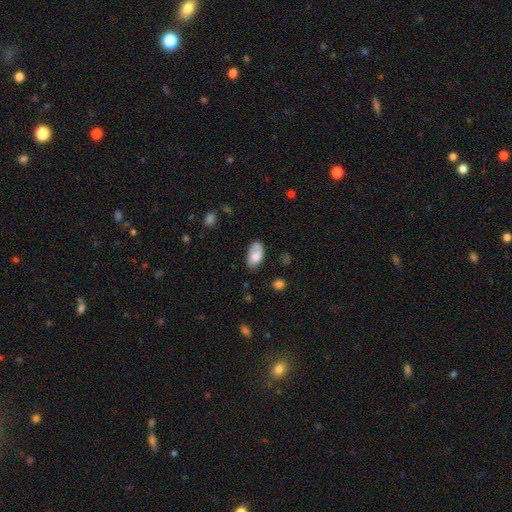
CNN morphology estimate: type=smooth (68%); roundness=in between (94%); merging=none (60%).